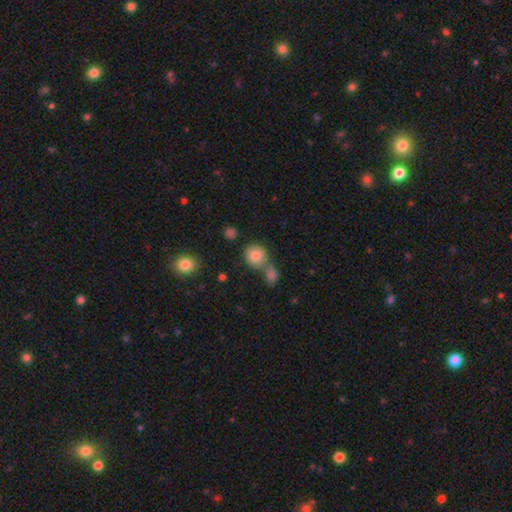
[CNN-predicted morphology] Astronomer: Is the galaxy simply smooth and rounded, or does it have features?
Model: smooth — 82%.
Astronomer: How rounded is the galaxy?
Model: round — 80%.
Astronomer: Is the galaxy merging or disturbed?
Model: none — 51% (runner-up: merger, 36%).